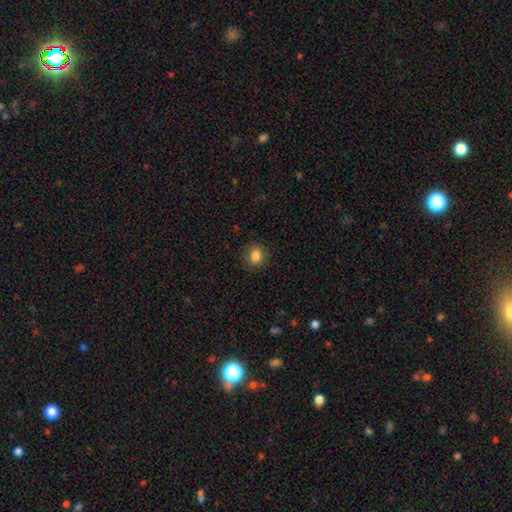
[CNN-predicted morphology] smooth 84%, star or artifact 11%, featured or disk 5%. Down the decision tree: how rounded — round (70%); merging — none (87%).